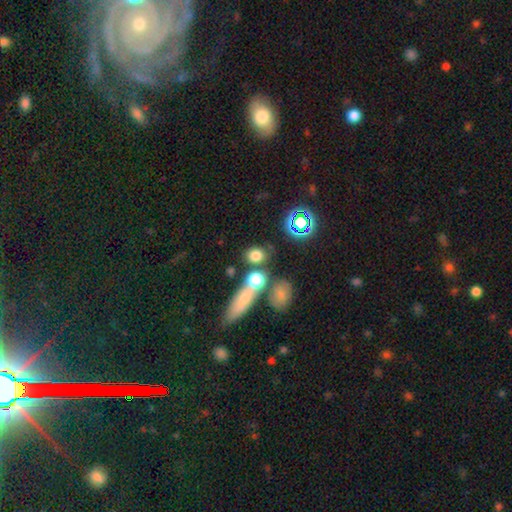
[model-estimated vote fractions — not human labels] Smooth or featured? smooth (74%)
How rounded? round (60%)
Merging? none (67%)